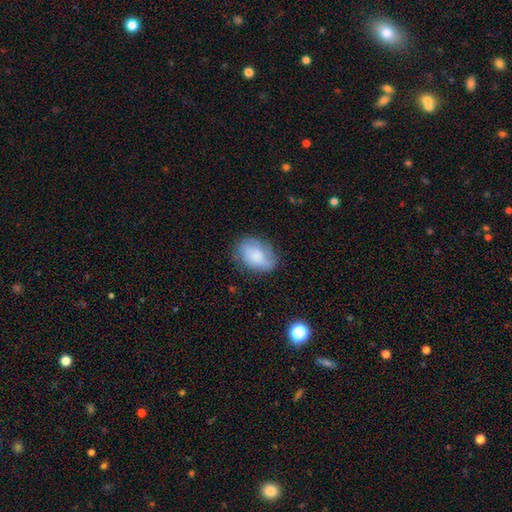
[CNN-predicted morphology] A smooth galaxy with no disk features (66%) that is in between round and cigar-shaped (80%). Merging: none (62%).